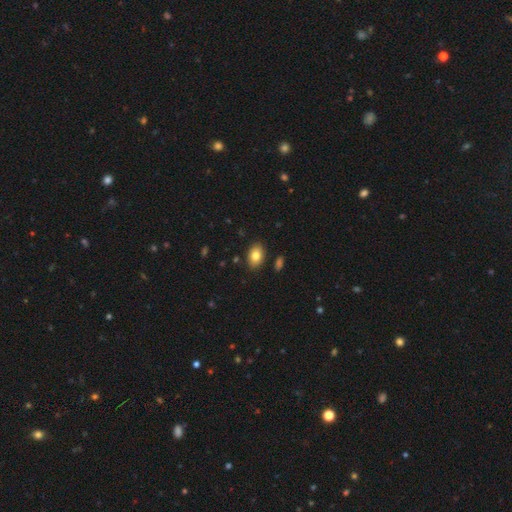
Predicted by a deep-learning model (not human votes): Morphology: type=smooth (82%); roundness=in between (84%); merging=none (87%).